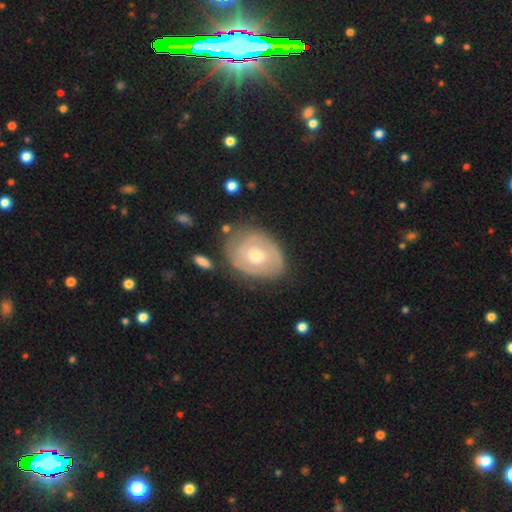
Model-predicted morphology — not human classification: Smooth or featured: featured or disk — 72% (smooth — 23%)
Edge-on disk: no — 96% (yes — 4%)
Bar: no — 73% (weak — 23%)
Spiral arms: yes — 73% (no — 27%)
Spiral winding: tight — 68% (medium — 23%)
Spiral arm count: 2 — 40% (can't tell — 38%)
Bulge size: moderate — 72% (large — 15%)
Merging: none — 70% (minor disturbance — 21%)